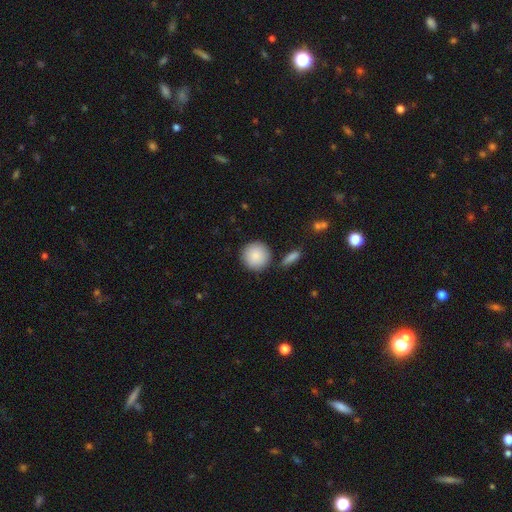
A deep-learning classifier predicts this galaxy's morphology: smooth 88%, star or artifact 7%, featured or disk 6%. Down the decision tree: how rounded — round (94%); merging — none (82%).